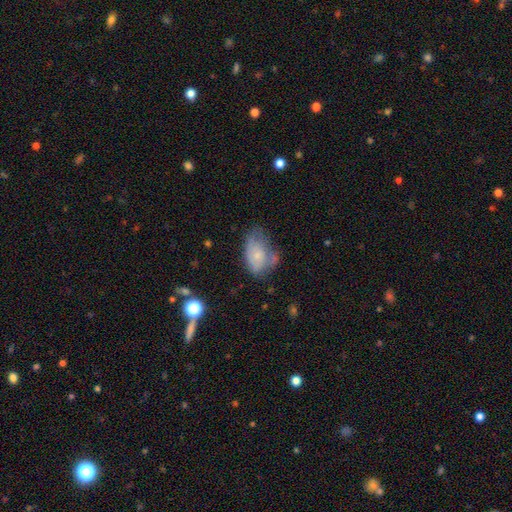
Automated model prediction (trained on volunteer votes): Morphology: type=smooth (61%); roundness=in between (86%); merging=minor disturbance (34%, tied with none).